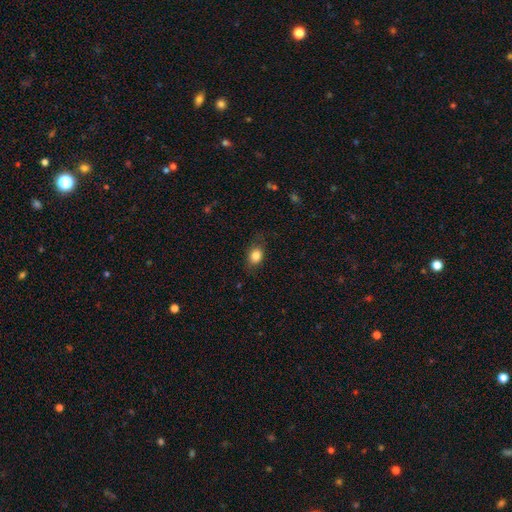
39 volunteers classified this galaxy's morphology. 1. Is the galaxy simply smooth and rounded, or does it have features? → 90% smooth, 5% featured or disk, 5% star or artifact.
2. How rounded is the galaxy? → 69% in between, 29% round, 3% cigar-shaped.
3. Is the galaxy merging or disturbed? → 78% none, 16% minor disturbance, 3% major disturbance, 3% merger.